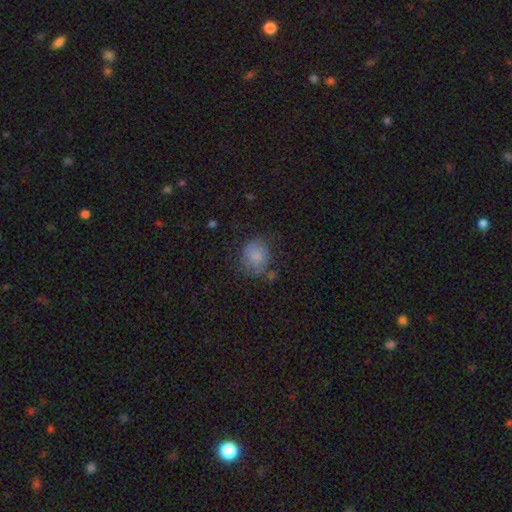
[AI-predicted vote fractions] A smooth galaxy with no disk features (77%) that is round (74%). Merging: none (61%).